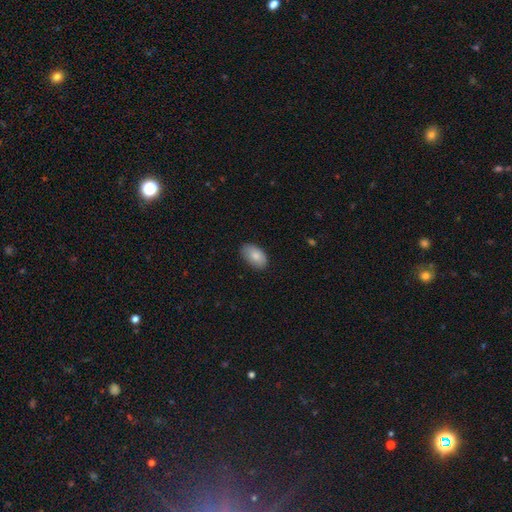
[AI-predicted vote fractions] Smooth or featured? Predicted: smooth (p=0.85). How rounded? Predicted: in between (p=0.93). Merging? Predicted: none (p=0.81).